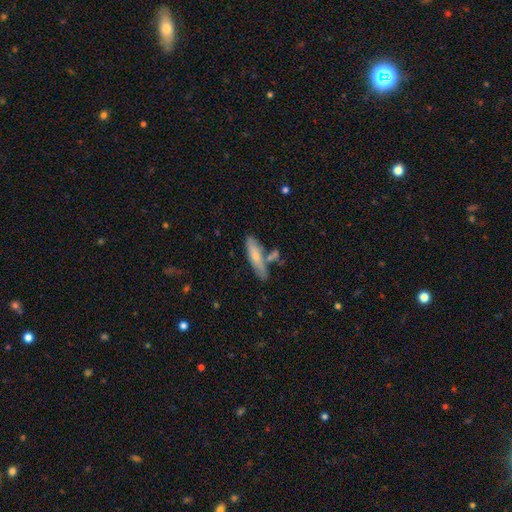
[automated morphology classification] type=smooth (64%); roundness=cigar-shaped (72%); merging=none (63%).